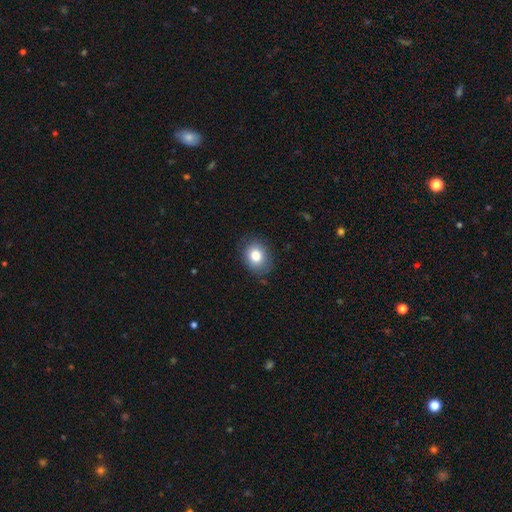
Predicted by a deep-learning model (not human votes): The model was most divided on "how rounded": in between: 57%, round: 42%, cigar-shaped: 1%. More confident: smooth or featured — smooth (81%); merging — none (80%).